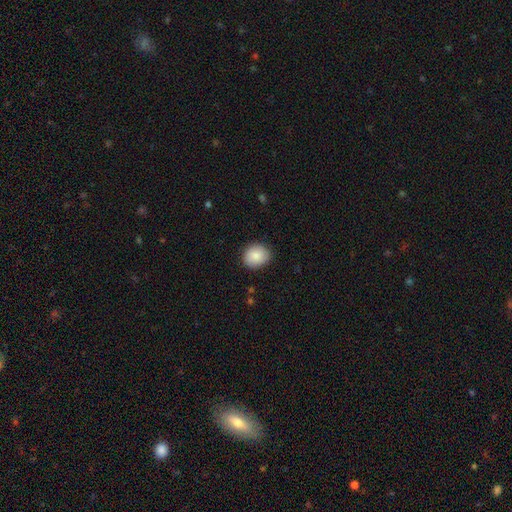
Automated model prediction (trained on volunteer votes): The model was most divided on "how rounded": round: 68%, in between: 31%, cigar-shaped: 1%. More confident: smooth or featured — smooth (86%); merging — none (85%).